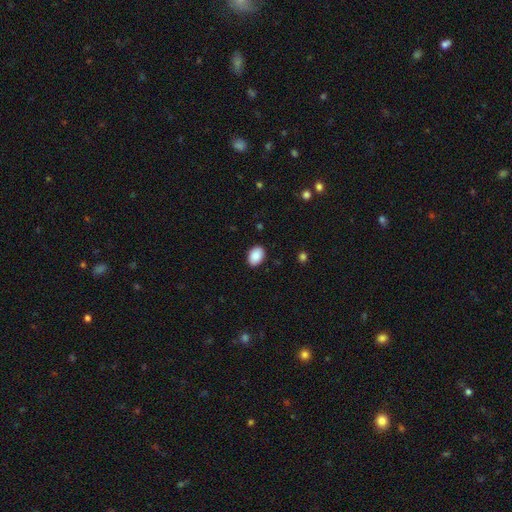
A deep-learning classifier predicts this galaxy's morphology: smooth-or-featured: smooth: 90% | star or artifact: 7% | featured or disk: 3%
  how-rounded: in between: 84% | round: 15% | cigar-shaped: 1%
  merging: none: 90% | minor disturbance: 8% | major disturbance: 2% | merger: 1%